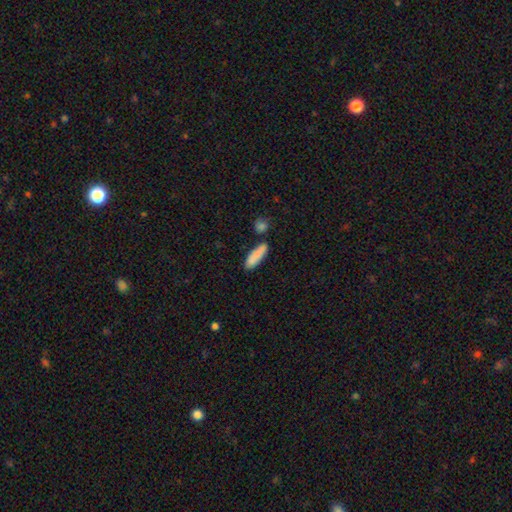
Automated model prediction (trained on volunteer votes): Q: Smooth or featured?
A: smooth (85%); runner-up: featured or disk (8%)
Q: How rounded?
A: cigar-shaped (51%); runner-up: in between (47%)
Q: Merging?
A: none (66%); runner-up: minor disturbance (16%)